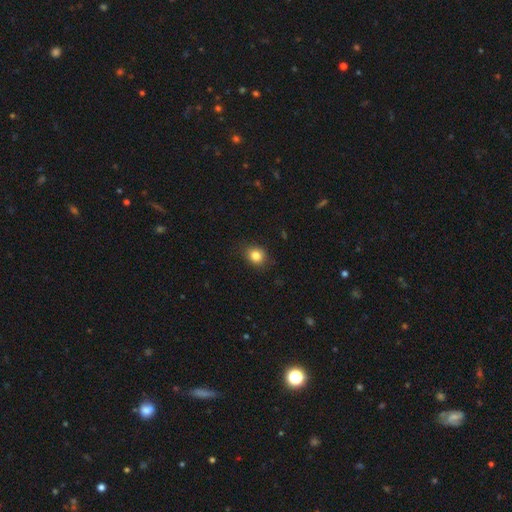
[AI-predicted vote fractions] smooth 83%, star or artifact 11%, featured or disk 6%. Down the decision tree: how rounded — round (63%); merging — none (83%).